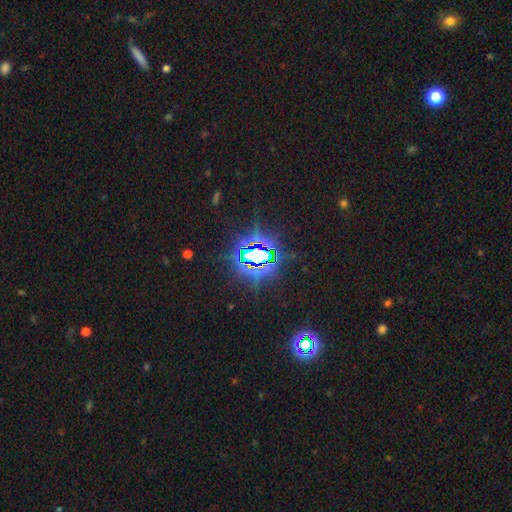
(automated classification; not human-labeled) smooth-or-featured: star or artifact: 79% | smooth: 11% | featured or disk: 9%